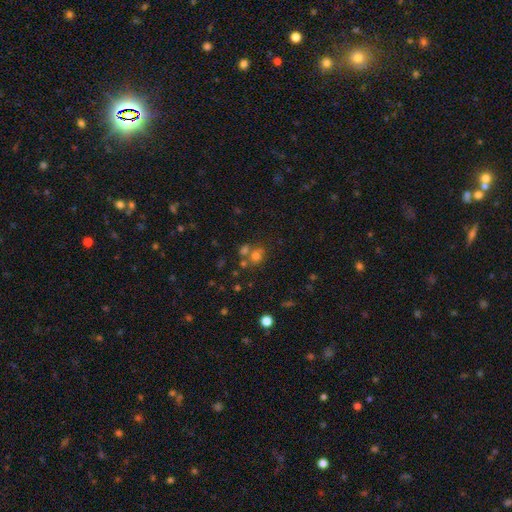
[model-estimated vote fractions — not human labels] Smooth or featured? Predicted: smooth (p=0.65). How rounded? Predicted: round (p=0.73). Merging? Predicted: none (p=0.50).